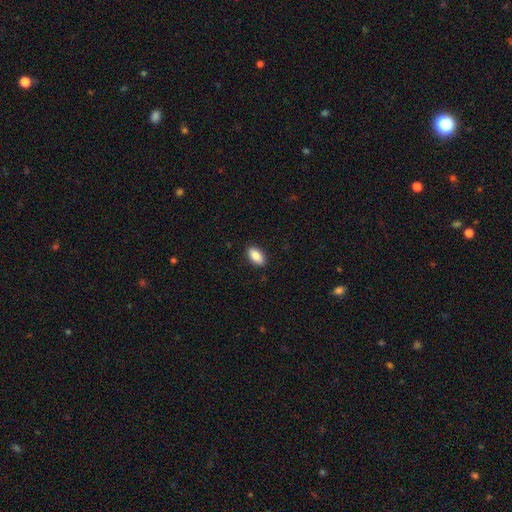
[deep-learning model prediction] Morphology: type=smooth (86%); roundness=in between (92%); merging=none (89%).